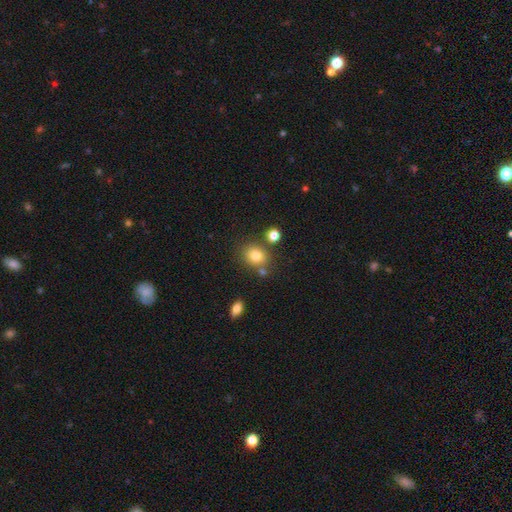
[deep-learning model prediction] This is clearly a smooth galaxy (81%). How rounded: likely round (62%). Merging: likely none (72%).